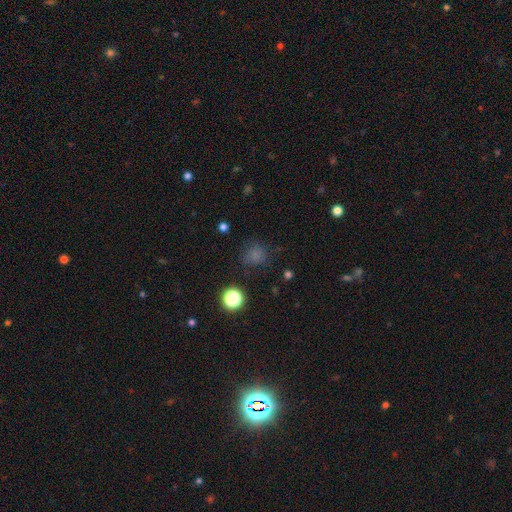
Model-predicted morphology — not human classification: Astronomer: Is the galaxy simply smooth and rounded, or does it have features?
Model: smooth — 62%.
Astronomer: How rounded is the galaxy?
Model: round — 87%.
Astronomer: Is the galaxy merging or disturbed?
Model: none — 79%.